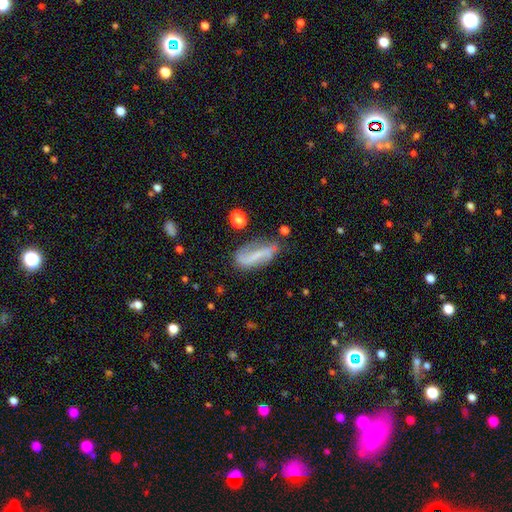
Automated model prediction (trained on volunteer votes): Smooth or featured? featured or disk (62%)
Edge-on disk? no (90%)
Bar? strong (42%)
Spiral arms? yes (82%)
Bulge size? none (54%)
Merging? none (53%)